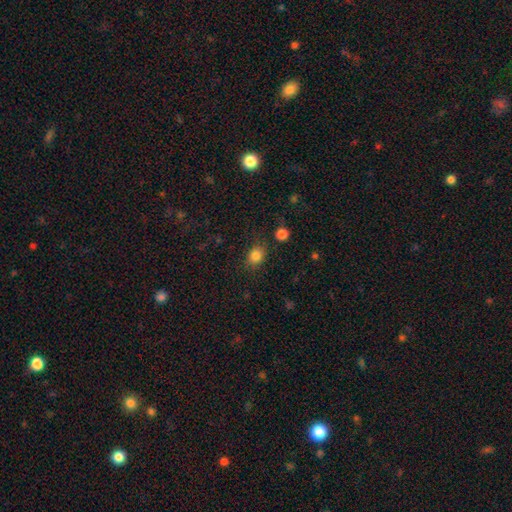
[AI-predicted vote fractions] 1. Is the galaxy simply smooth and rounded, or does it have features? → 83% smooth, 12% star or artifact, 5% featured or disk.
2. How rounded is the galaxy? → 59% round, 40% in between, 1% cigar-shaped.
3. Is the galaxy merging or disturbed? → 80% none, 13% minor disturbance, 4% major disturbance, 3% merger.